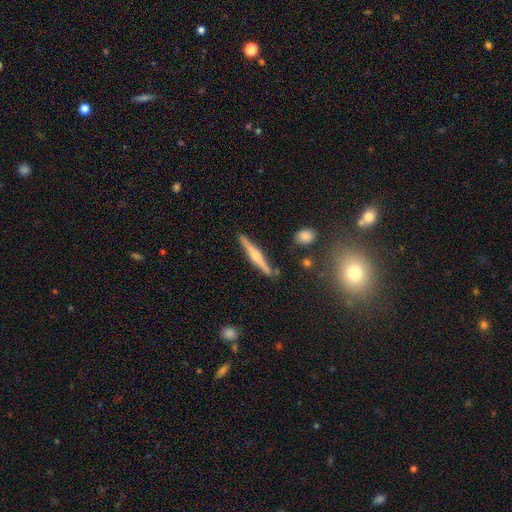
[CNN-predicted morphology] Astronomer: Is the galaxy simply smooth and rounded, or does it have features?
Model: featured or disk — 69%.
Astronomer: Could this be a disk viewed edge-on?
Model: yes — 98%.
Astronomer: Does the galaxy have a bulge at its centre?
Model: rounded — 88%.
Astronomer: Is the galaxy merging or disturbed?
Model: none — 88%.